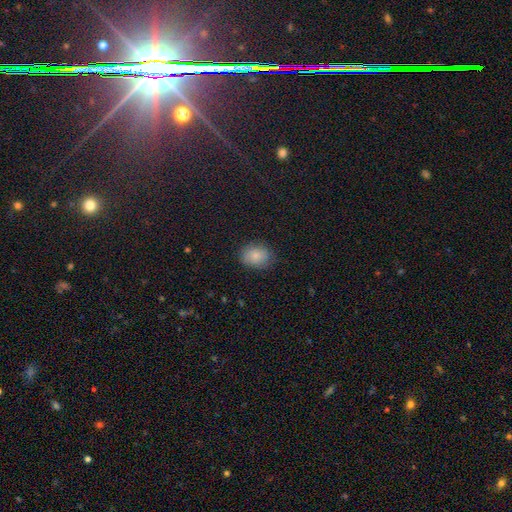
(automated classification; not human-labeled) This is clearly a smooth galaxy (83%). How rounded: possibly in between (56%). Merging: clearly none (83%).